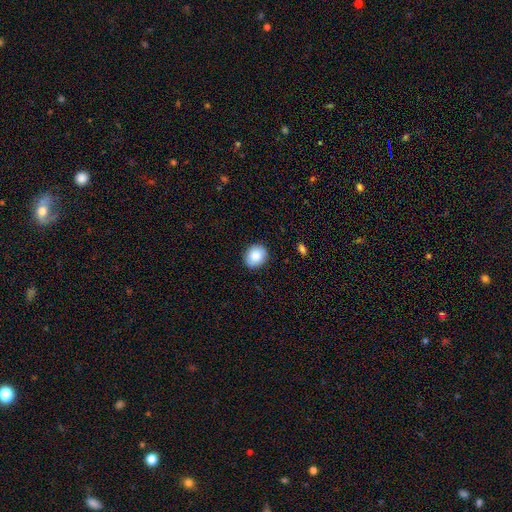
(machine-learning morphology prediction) Smooth or featured? smooth (82%)
How rounded? round (68%)
Merging? none (88%)